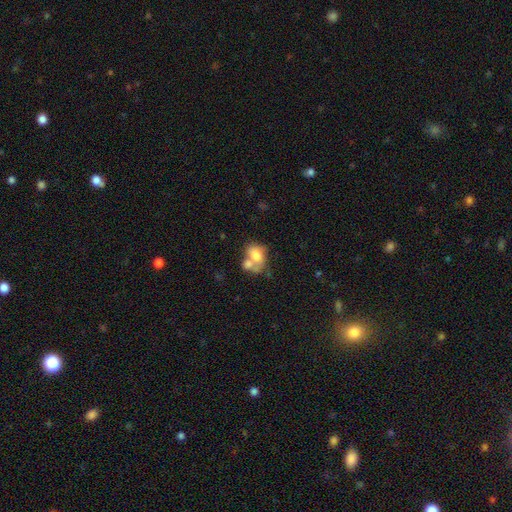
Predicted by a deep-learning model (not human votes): A smooth galaxy with no disk features (66%) that is in between round and cigar-shaped (67%).

Vote fractions:
- Smooth or featured? smooth: 66% / featured or disk: 26% / star or artifact: 8%
- How rounded? in between: 67% / round: 32% / cigar-shaped: 1%
- Merging? merger: 61% / none: 20% / minor disturbance: 10% / major disturbance: 8%